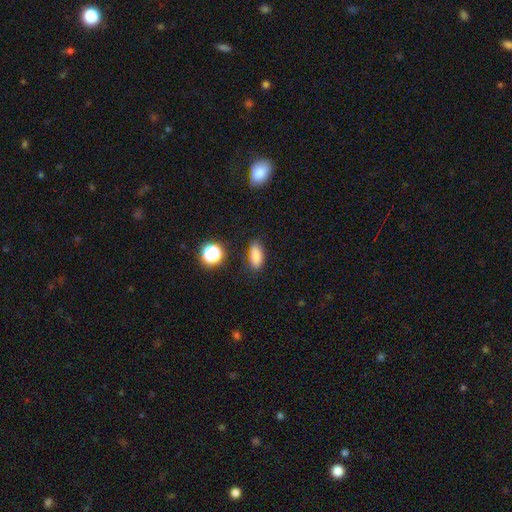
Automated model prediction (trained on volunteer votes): Smooth or featured? Predicted: smooth (p=0.84). How rounded? Predicted: in between (p=0.86). Merging? Predicted: none (p=0.82).